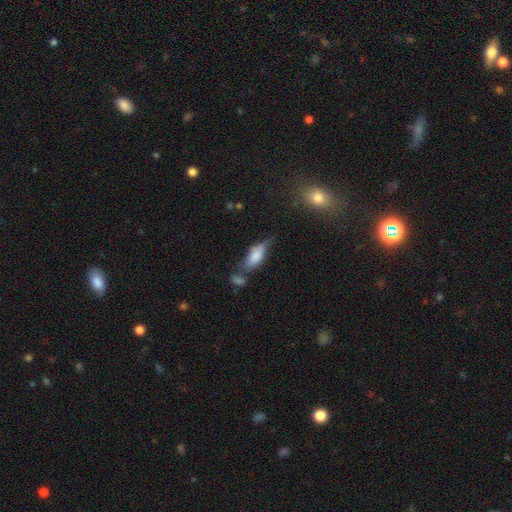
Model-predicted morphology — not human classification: Smooth or featured: smooth — 68% (featured or disk — 24%)
How rounded: in between — 74% (cigar-shaped — 23%)
Merging: none — 35% (minor disturbance — 30%)